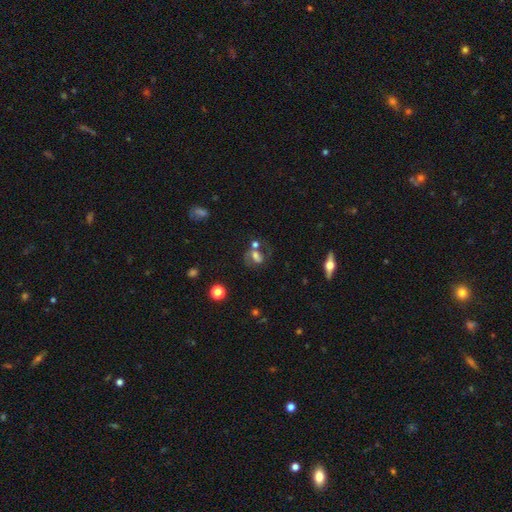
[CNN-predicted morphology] smooth_or_featured: smooth (p=0.42) [tied with: featured or disk p=0.42]
merging: none (p=0.42) [alt: merger p=0.28]